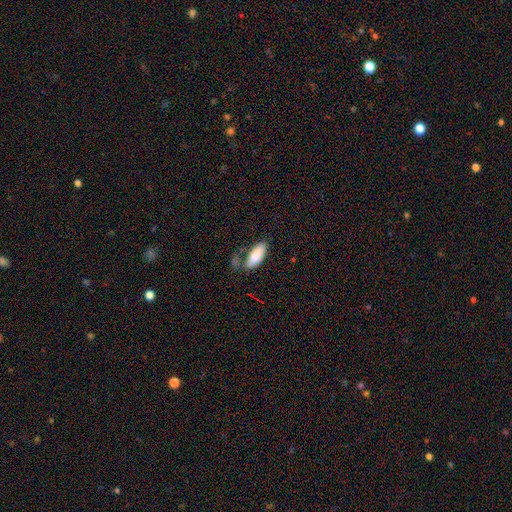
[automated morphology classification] smooth 86%, featured or disk 8%, star or artifact 6%. Down the decision tree: how rounded — in between (83%); merging — none (51%).